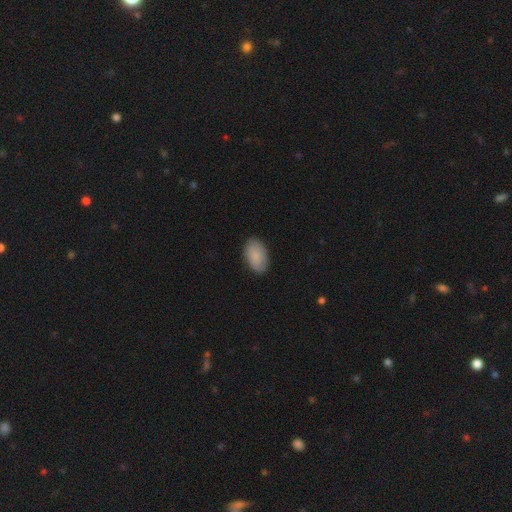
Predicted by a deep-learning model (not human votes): A smooth galaxy with no disk features (86%) that is in between round and cigar-shaped (94%).

Vote fractions:
- Smooth or featured? smooth: 86% / featured or disk: 8% / star or artifact: 6%
- How rounded? in between: 94% / round: 5% / cigar-shaped: 1%
- Merging? none: 86% / minor disturbance: 11% / major disturbance: 2% / merger: 1%